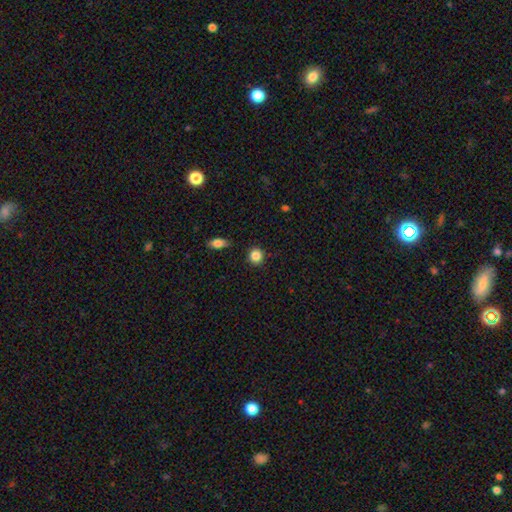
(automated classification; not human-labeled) This is clearly a smooth galaxy (86%). How rounded: clearly round (89%). Merging: clearly none (88%).